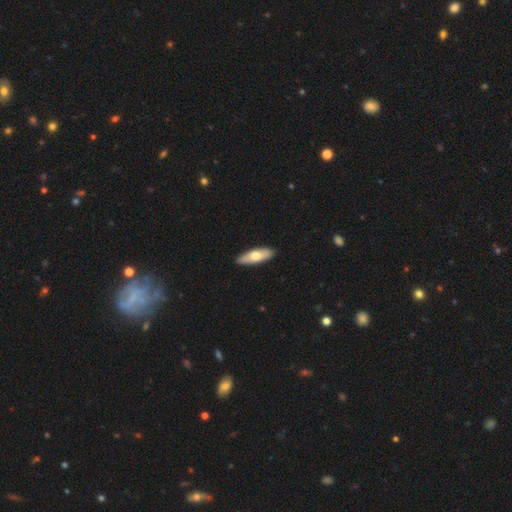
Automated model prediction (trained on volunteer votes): Smooth or featured? Predicted: smooth (p=0.65). How rounded? Predicted: in between (p=0.55). Merging? Predicted: none (p=0.89).